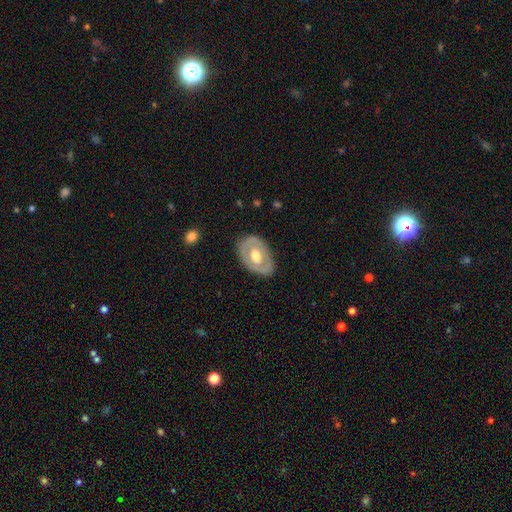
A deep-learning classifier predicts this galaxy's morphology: type=featured or disk (57%); edge-on=no (90%); bar=no (72%); spiral arms=no (83%); bulge=moderate (66%); merging=none (80%).